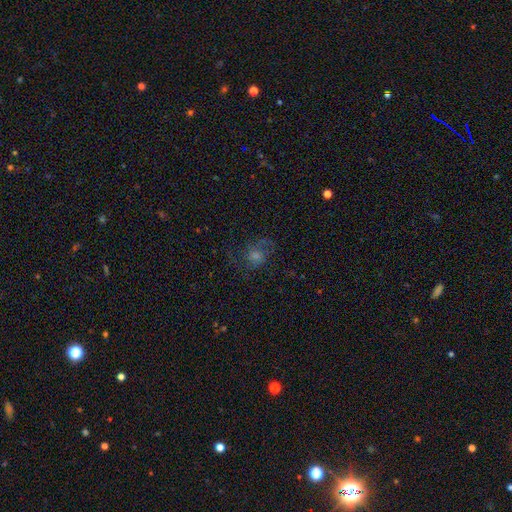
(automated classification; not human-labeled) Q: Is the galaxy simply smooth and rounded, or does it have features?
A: featured or disk — 47%.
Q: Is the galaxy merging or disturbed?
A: none — 61%.